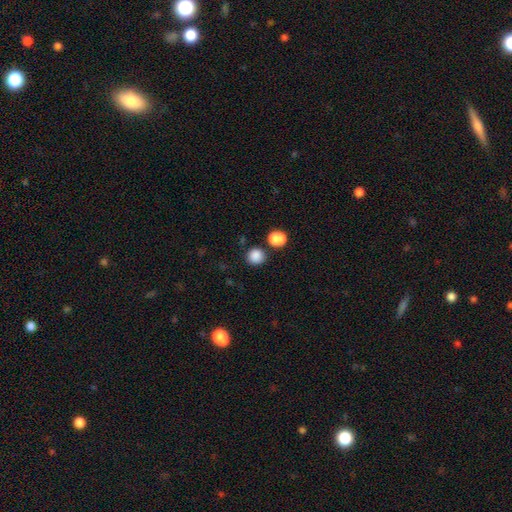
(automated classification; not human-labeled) Q: Smooth or featured?
A: smooth (85%); runner-up: star or artifact (10%)
Q: How rounded?
A: round (88%); runner-up: in between (11%)
Q: Merging?
A: none (75%); runner-up: merger (13%)